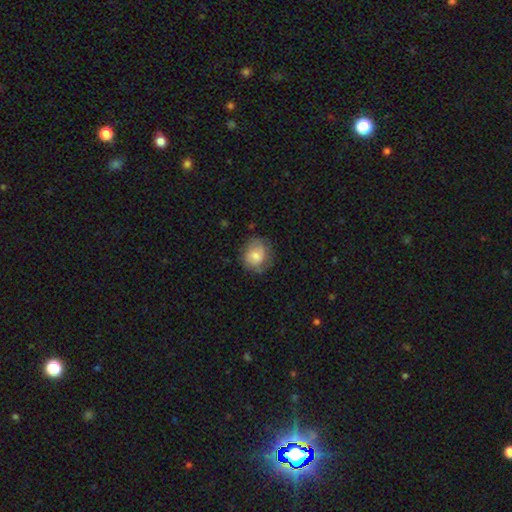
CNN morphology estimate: type=smooth (68%); roundness=round (71%); merging=none (65%).